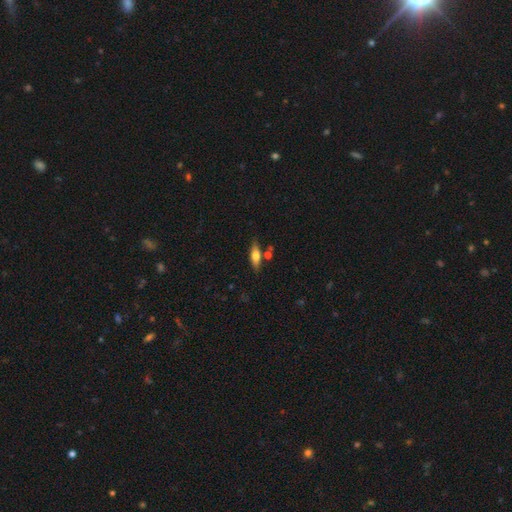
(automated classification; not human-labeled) smooth 60%, featured or disk 33%, star or artifact 7%. Down the decision tree: how rounded — in between (54%); merging — none (73%).